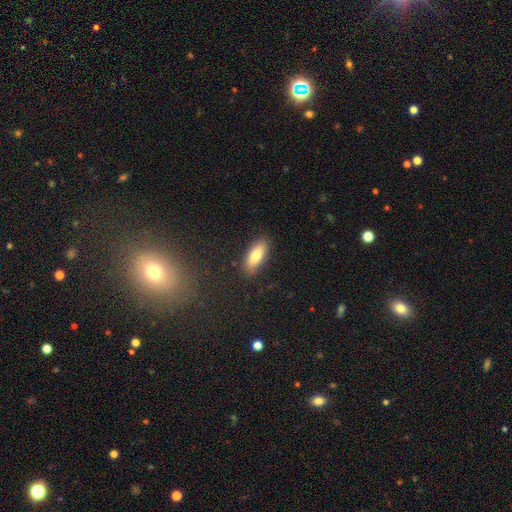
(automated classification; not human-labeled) Smooth or featured?
  - smooth: 78% *
  - featured or disk: 15%
  - star or artifact: 7%
How rounded?
  - in between: 78% *
  - cigar-shaped: 19%
  - round: 2%
Merging?
  - none: 87% *
  - minor disturbance: 10%
  - major disturbance: 2%
  - merger: 1%